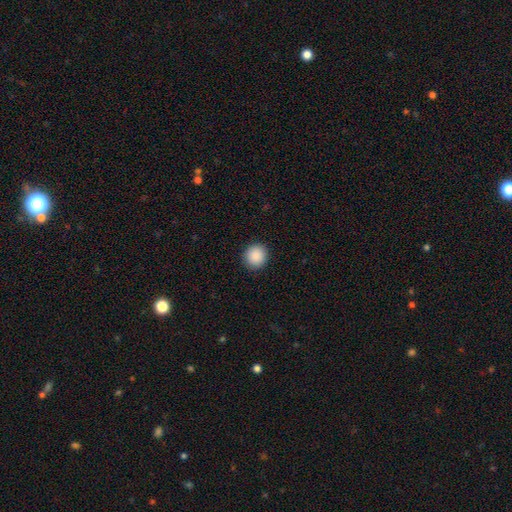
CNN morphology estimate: Smooth or featured? Predicted: smooth (p=0.90). How rounded? Predicted: round (p=0.91). Merging? Predicted: none (p=0.92).